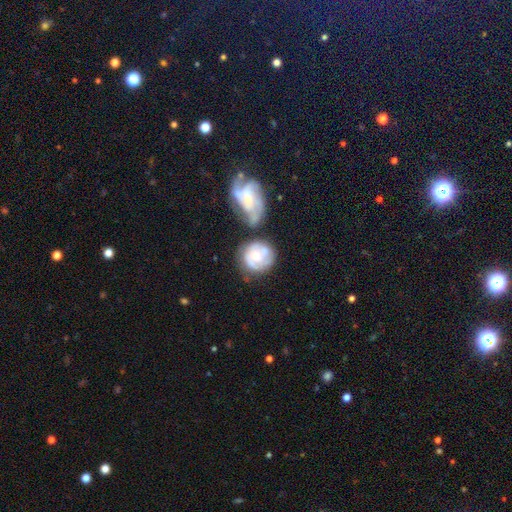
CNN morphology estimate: type=featured or disk (58%); edge-on=no (97%); bar=no (81%); spiral arms=yes (56%); bulge=moderate (60%); merging=merger (38%).